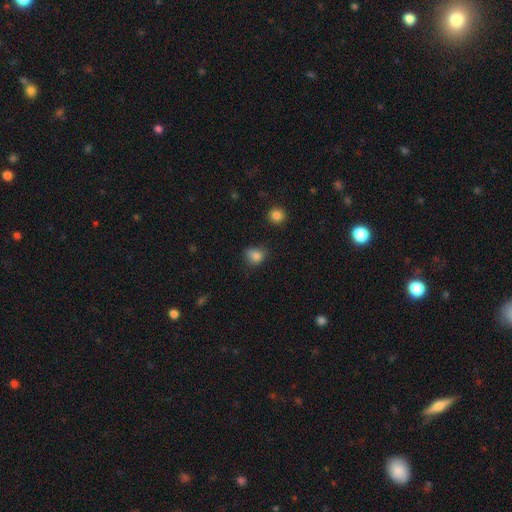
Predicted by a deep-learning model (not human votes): smooth_or_featured: smooth (p=0.82) [alt: star or artifact p=0.12]
how_rounded: round (p=0.60) [alt: in between p=0.39]
merging: none (p=0.61) [alt: minor disturbance p=0.28]